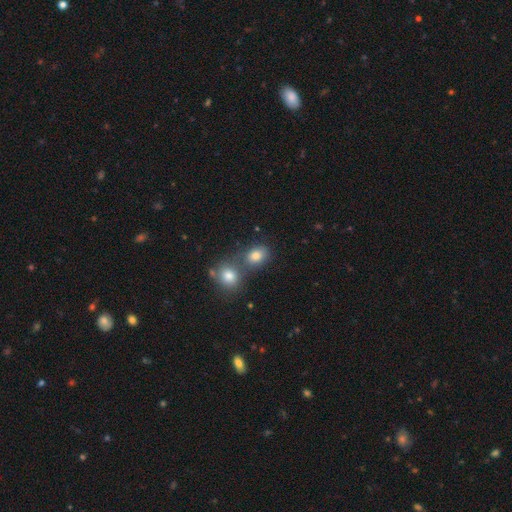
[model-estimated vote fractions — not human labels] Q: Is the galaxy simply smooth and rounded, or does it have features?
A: smooth — 80%.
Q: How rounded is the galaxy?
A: in between — 59%.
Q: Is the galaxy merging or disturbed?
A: none — 44%.